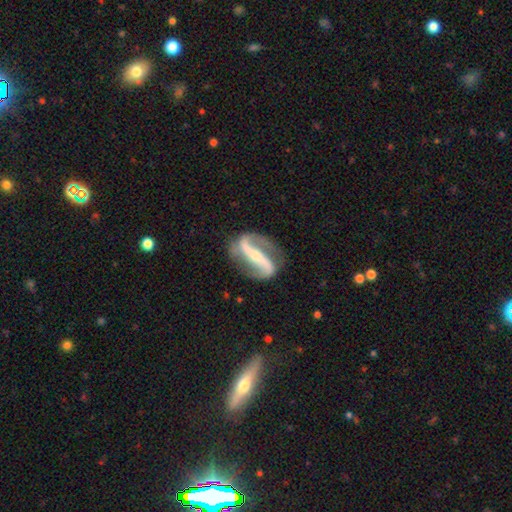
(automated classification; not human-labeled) featured or disk 89%, smooth 6%, star or artifact 4%. Down the decision tree: edge-on disk — no (92%); bar — strong (75%); spiral arms — yes (94%); spiral arm count — 2 (92%); spiral winding — loose (55%); bulge size — small (64%); merging — none (77%).